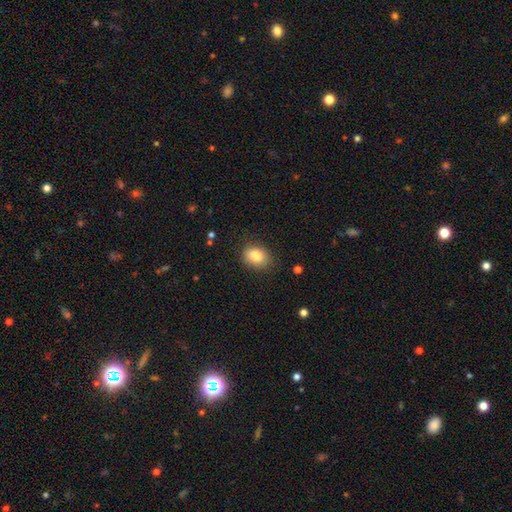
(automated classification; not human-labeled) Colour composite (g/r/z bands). It shows a smooth galaxy with no disk features (84%) that is in between round and cigar-shaped (65%). Merging: none (79%).